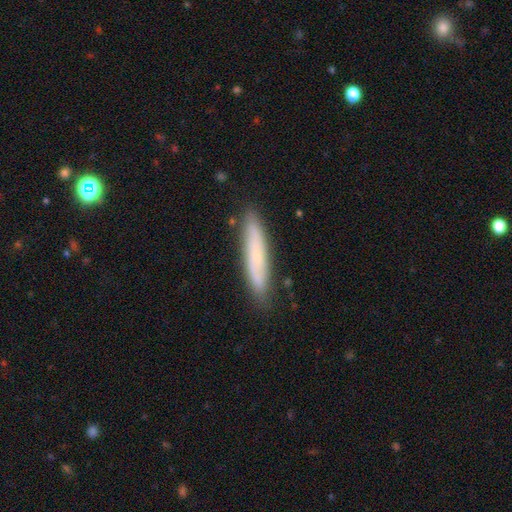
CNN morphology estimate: Overall: smooth (59%; featured or disk 34%). How rounded: cigar-shaped (86%). Merging: none (83%).